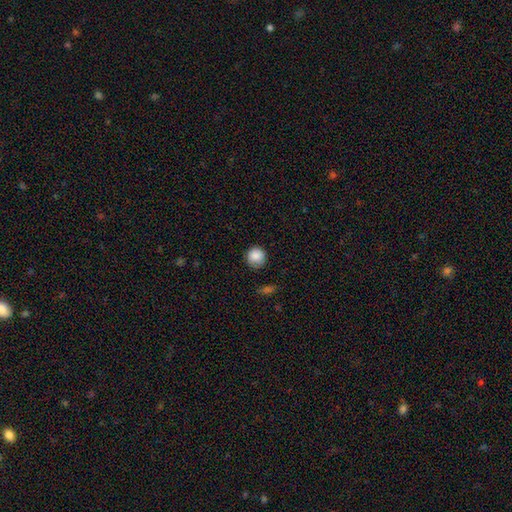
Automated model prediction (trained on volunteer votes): The model was most divided on "merging": none: 83%, minor disturbance: 13%, major disturbance: 3%, merger: 1%. More confident: how rounded — round (93%); smooth or featured — smooth (87%).